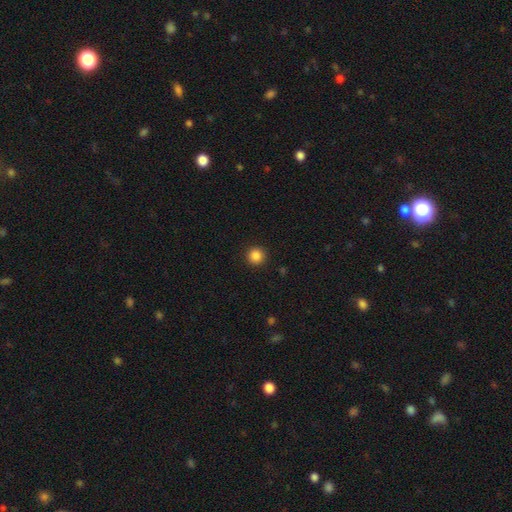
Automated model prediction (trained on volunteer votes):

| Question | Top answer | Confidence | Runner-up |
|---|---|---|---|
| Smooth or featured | smooth | 87% | star or artifact (10%) |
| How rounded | round | 94% | in between (5%) |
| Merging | none | 92% | minor disturbance (5%) |